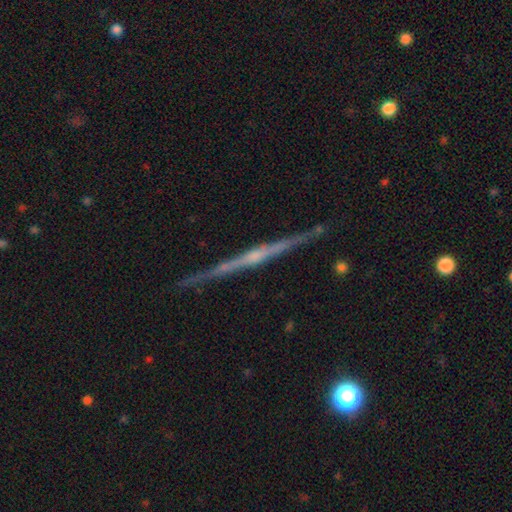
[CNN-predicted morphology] Smooth or featured?
  - featured or disk: 84% *
  - smooth: 10%
  - star or artifact: 7%
Edge-on disk?
  - yes: 98% *
  - no: 2%
Edge-on bulge?
  - rounded: 68% *
  - none: 21%
  - boxy: 11%
Merging?
  - none: 89% *
  - minor disturbance: 8%
  - major disturbance: 2%
  - merger: 1%